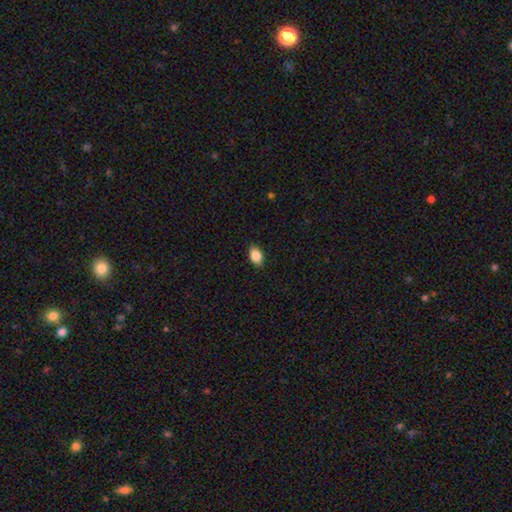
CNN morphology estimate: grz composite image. It shows a smooth galaxy with no disk features (86%) that is in between round and cigar-shaped (84%). Merging: none (87%).